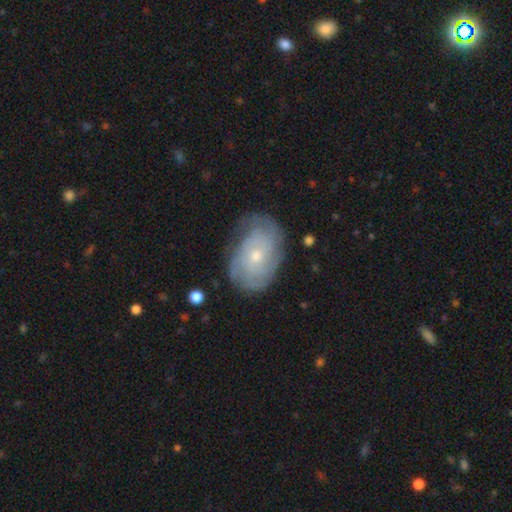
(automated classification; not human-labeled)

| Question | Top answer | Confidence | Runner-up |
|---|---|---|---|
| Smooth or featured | featured or disk | 71% | smooth (22%) |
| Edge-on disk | no | 96% | yes (4%) |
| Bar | no | 81% | weak (17%) |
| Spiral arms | yes | 89% | no (11%) |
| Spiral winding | tight | 67% | medium (24%) |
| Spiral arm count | can't tell | 50% | 2 (15%) |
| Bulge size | small | 57% | moderate (39%) |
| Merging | none | 70% | minor disturbance (22%) |